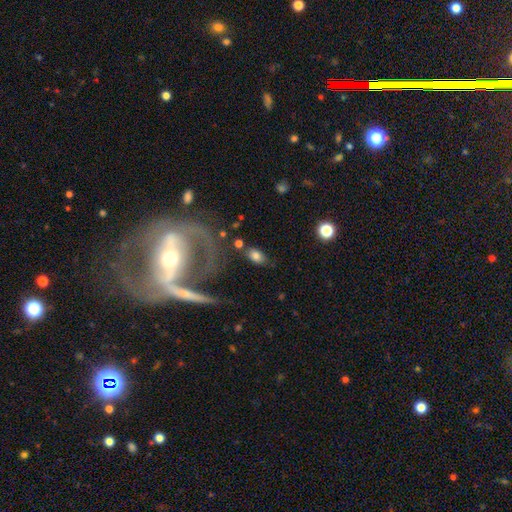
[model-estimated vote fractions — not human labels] Q: Smooth or featured?
A: smooth (74%); runner-up: featured or disk (15%)
Q: How rounded?
A: in between (88%); runner-up: round (9%)
Q: Merging?
A: none (72%); runner-up: minor disturbance (14%)